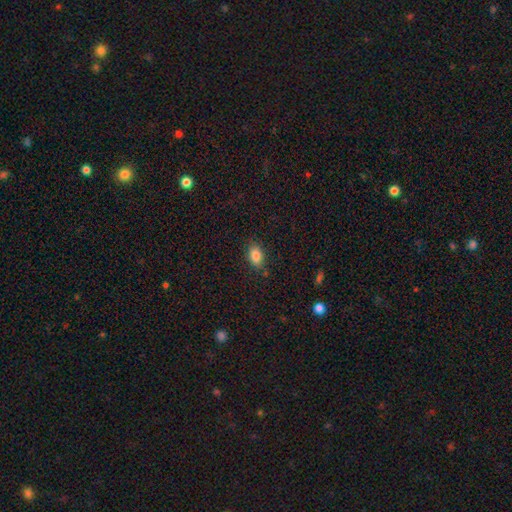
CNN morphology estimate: This is clearly a smooth galaxy (84%). How rounded: clearly in between (88%). Merging: clearly none (82%).